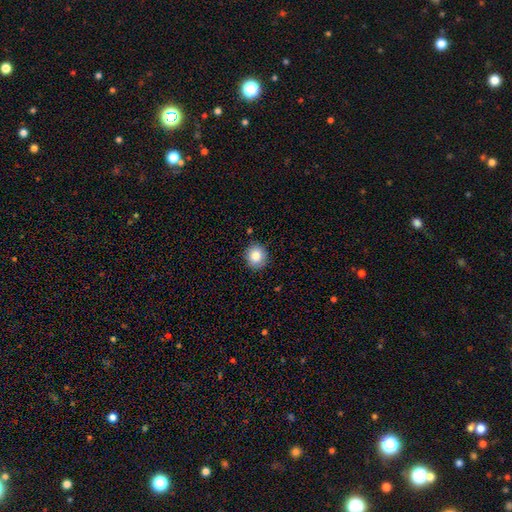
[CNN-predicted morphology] Smooth or featured?
  - smooth: 84% *
  - star or artifact: 9%
  - featured or disk: 7%
How rounded?
  - round: 85% *
  - in between: 14%
  - cigar-shaped: 1%
Merging?
  - none: 89% *
  - minor disturbance: 8%
  - major disturbance: 2%
  - merger: 1%